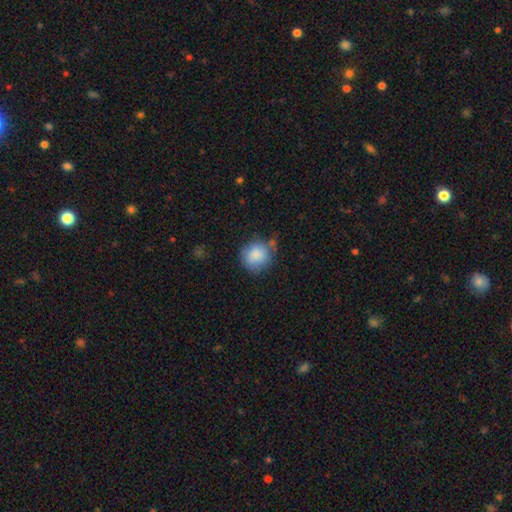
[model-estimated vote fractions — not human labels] smooth_or_featured: smooth (p=0.85) [alt: star or artifact p=0.08]
how_rounded: round (p=0.87) [alt: in between p=0.12]
merging: none (p=0.67) [alt: minor disturbance p=0.22]